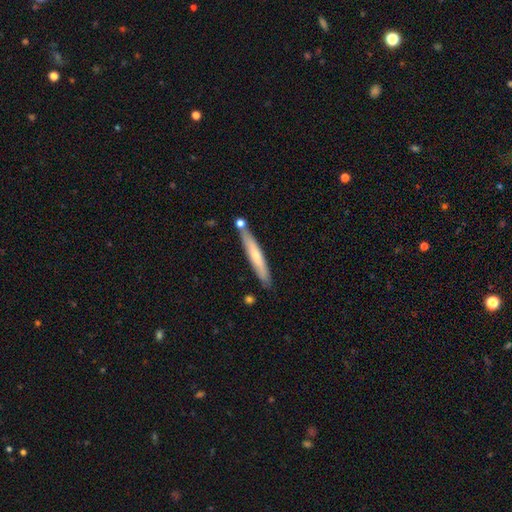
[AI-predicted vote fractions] Smooth or featured? smooth (56%)
How rounded? cigar-shaped (94%)
Merging? none (79%)